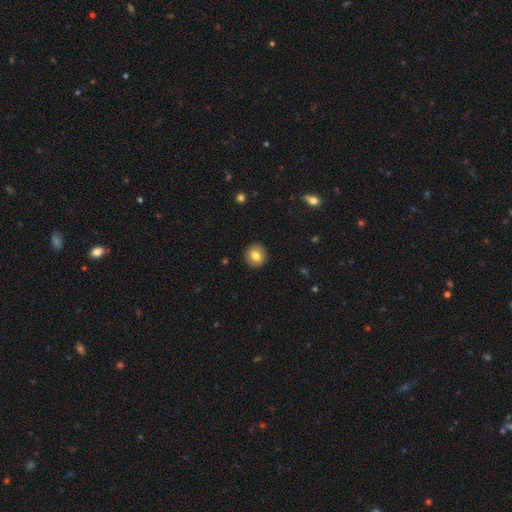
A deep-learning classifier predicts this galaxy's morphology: smooth 78%, featured or disk 13%, star or artifact 8%. Down the decision tree: how rounded — round (90%); merging — none (92%).